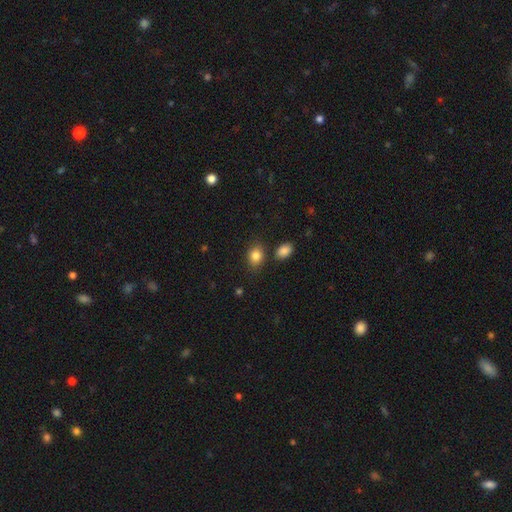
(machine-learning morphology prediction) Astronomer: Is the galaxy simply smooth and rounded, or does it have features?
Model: smooth — 85%.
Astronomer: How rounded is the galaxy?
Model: in between — 59% (runner-up: round, 40%).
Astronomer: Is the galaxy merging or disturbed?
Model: none — 78%.